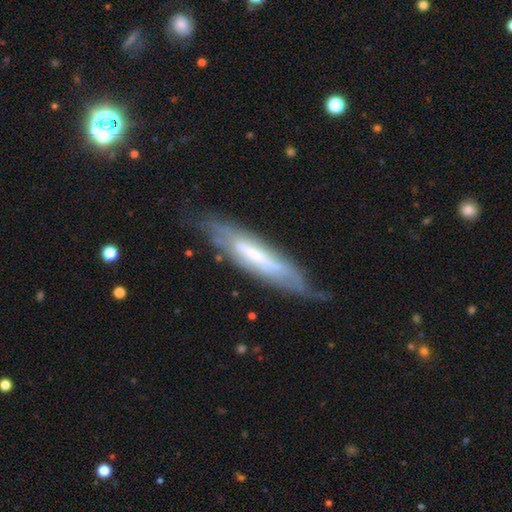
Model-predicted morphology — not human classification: The model was most divided on "edge-on disk": yes: 54%, no: 46%. More confident: merging — none (63%); smooth or featured — featured or disk (63%).